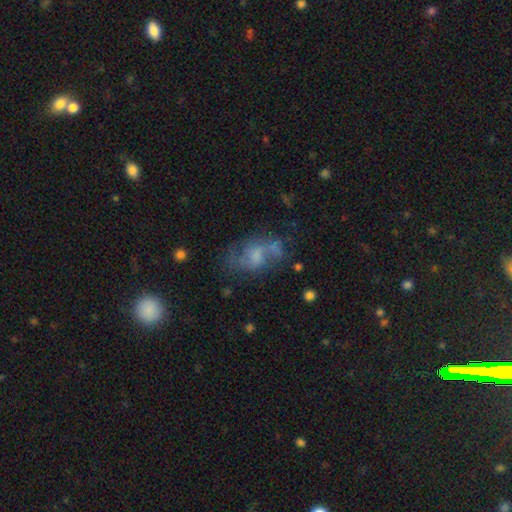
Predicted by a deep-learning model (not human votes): A featured or disk galaxy (39%). Merging: none (65%).